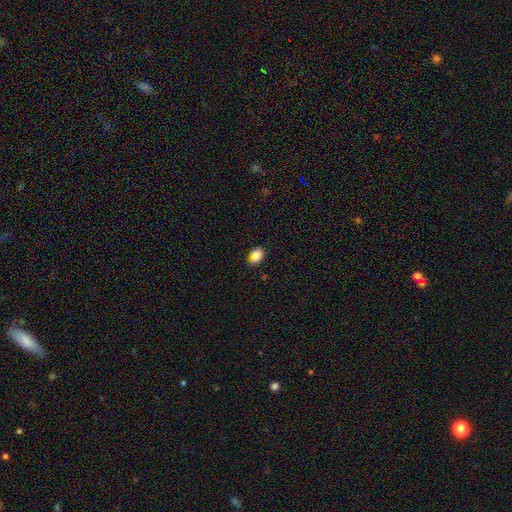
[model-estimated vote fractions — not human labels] Smooth or featured?
  - smooth: 83% *
  - star or artifact: 11%
  - featured or disk: 6%
How rounded?
  - in between: 68% *
  - round: 30%
  - cigar-shaped: 1%
Merging?
  - none: 67% *
  - minor disturbance: 24%
  - merger: 5%
  - major disturbance: 4%